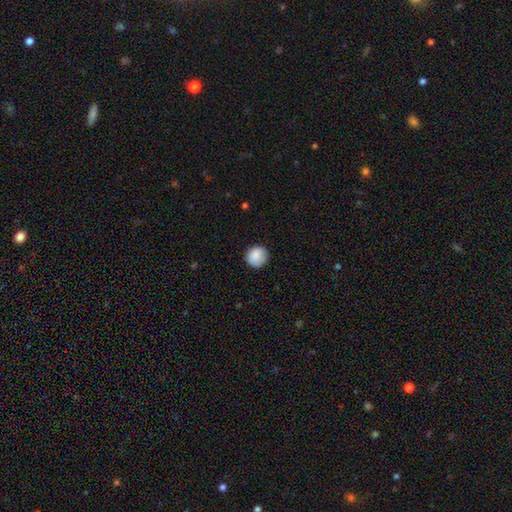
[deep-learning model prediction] Smooth or featured?
  - smooth: 87% *
  - star or artifact: 8%
  - featured or disk: 5%
How rounded?
  - round: 90% *
  - in between: 9%
  - cigar-shaped: 1%
Merging?
  - none: 84% *
  - minor disturbance: 12%
  - major disturbance: 3%
  - merger: 1%